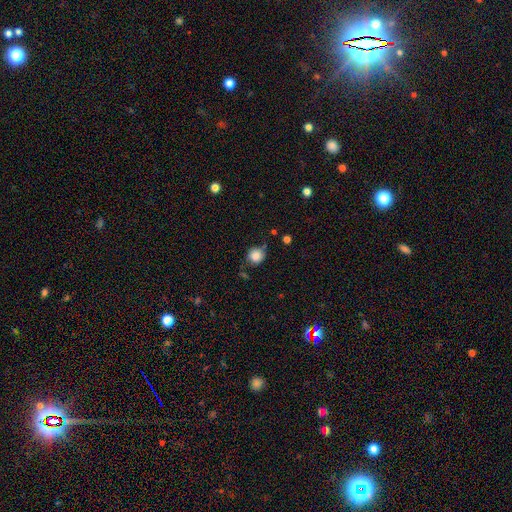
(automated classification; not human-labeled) Smooth or featured?
  - smooth: 85% *
  - star or artifact: 9%
  - featured or disk: 5%
How rounded?
  - round: 89% *
  - in between: 10%
  - cigar-shaped: 1%
Merging?
  - none: 71% *
  - minor disturbance: 19%
  - major disturbance: 5%
  - merger: 5%